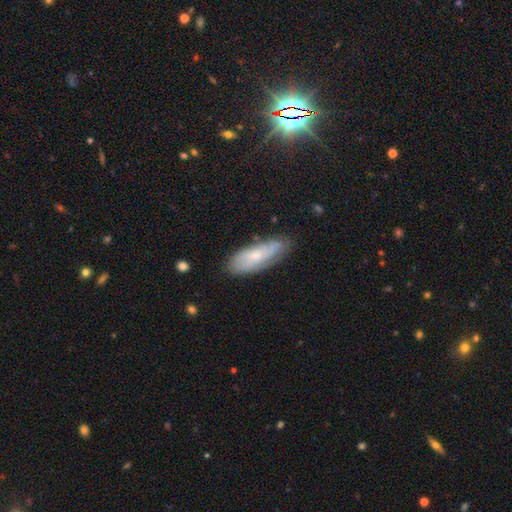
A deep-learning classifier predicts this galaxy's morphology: smooth_or_featured: featured or disk (p=0.48) [alt: smooth p=0.45]
merging: none (p=0.72) [alt: minor disturbance p=0.22]